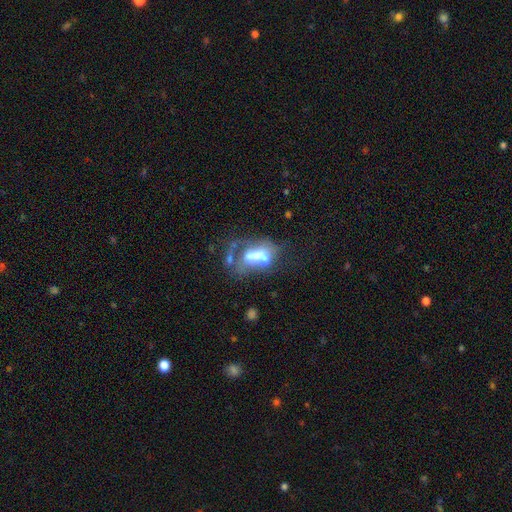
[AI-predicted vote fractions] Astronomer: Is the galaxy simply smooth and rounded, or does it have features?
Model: featured or disk — 49% (runner-up: smooth, 38%).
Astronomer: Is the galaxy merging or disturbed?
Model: merger — 46% (runner-up: major disturbance, 28%).